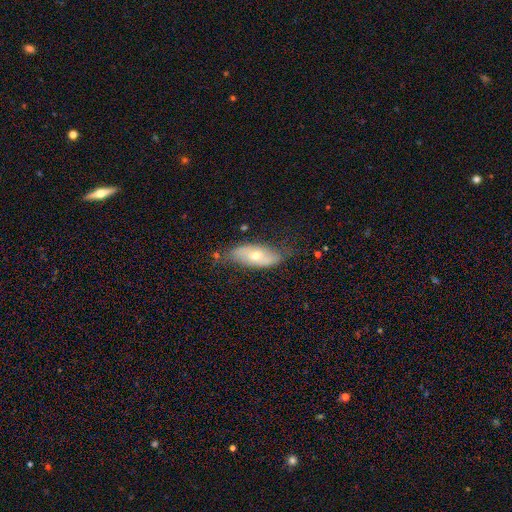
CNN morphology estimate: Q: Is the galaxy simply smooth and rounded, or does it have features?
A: smooth — 47%.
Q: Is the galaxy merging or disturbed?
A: none — 66%.